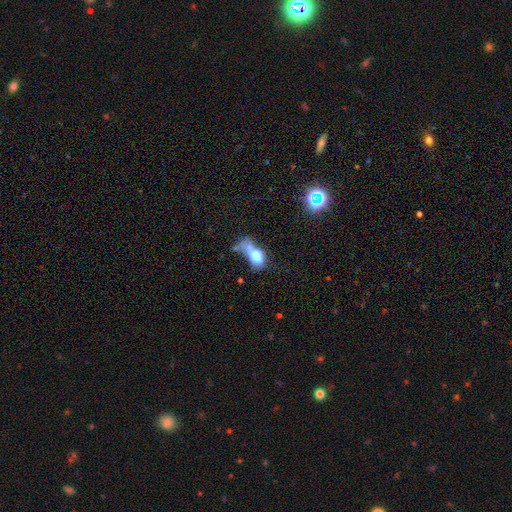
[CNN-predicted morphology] This appears to be a smooth galaxy with no disk features (63%) that is in between round and cigar-shaped (82%). Merging: merger (39%).